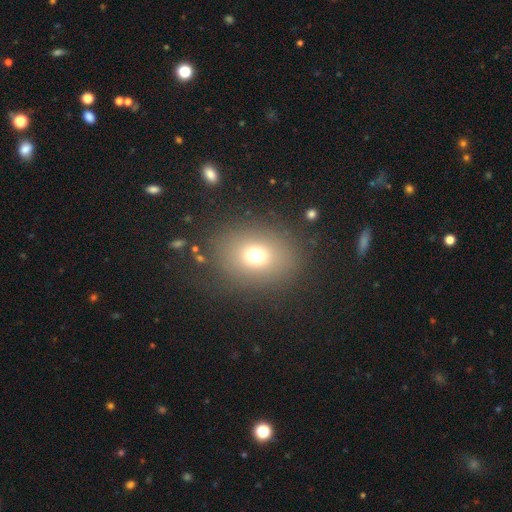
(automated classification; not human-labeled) A smooth galaxy with no disk features (70%) that is round (61%). Merging: none (82%).